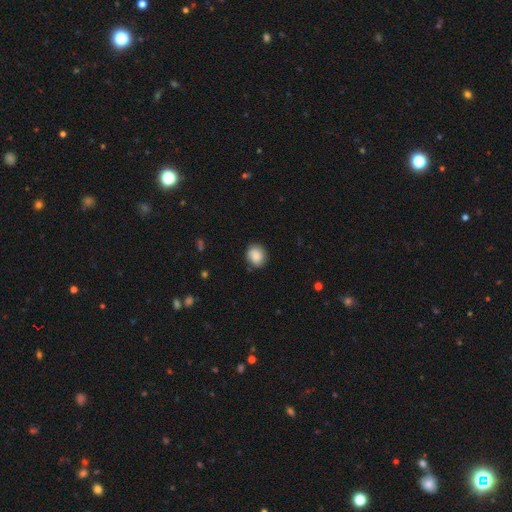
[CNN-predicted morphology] Q: Smooth or featured?
A: smooth (86%); runner-up: star or artifact (7%)
Q: How rounded?
A: round (69%); runner-up: in between (30%)
Q: Merging?
A: none (83%); runner-up: minor disturbance (13%)